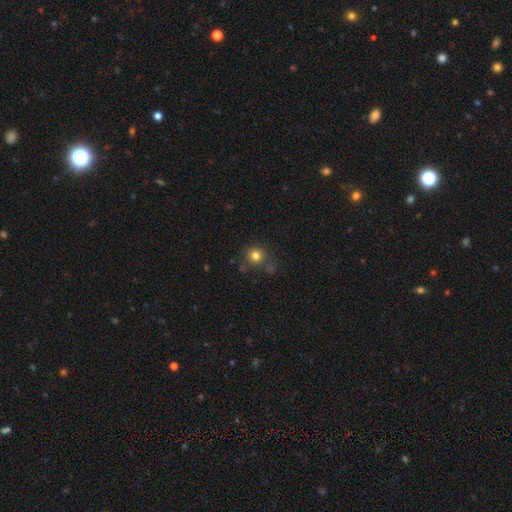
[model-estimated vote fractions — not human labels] A smooth galaxy with no disk features (79%) that is round (91%). Merging: none (76%).